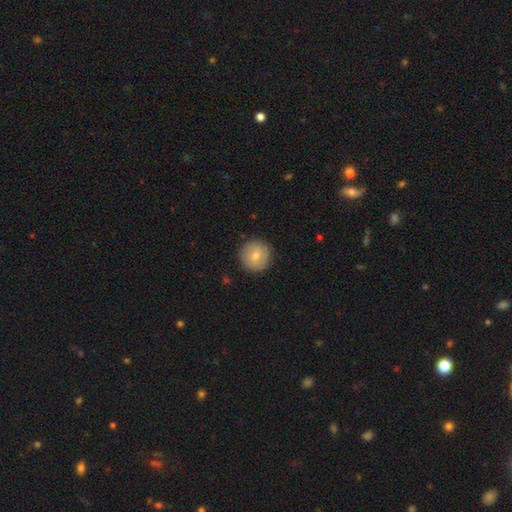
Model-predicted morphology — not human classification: smooth 73%, featured or disk 19%, star or artifact 7%. Down the decision tree: how rounded — round (95%); merging — none (89%).